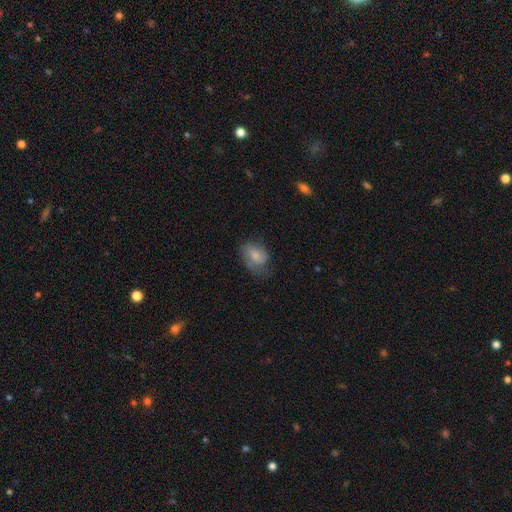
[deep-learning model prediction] Smooth or featured: smooth — 59% (featured or disk — 33%)
How rounded: in between — 78% (round — 20%)
Merging: none — 50% (minor disturbance — 30%)